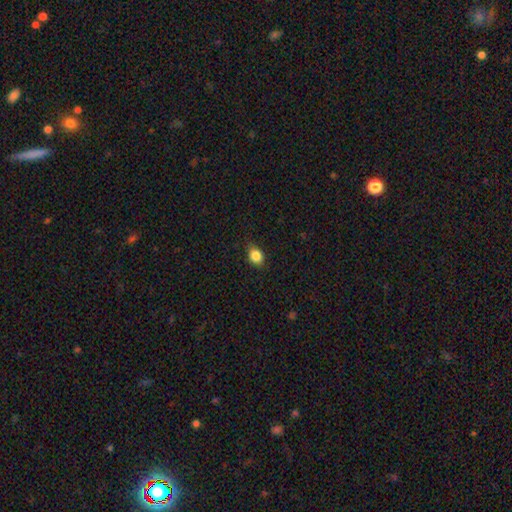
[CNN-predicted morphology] smooth-or-featured: smooth: 84% | star or artifact: 10% | featured or disk: 6%
  how-rounded: round: 51% | in between: 48% | cigar-shaped: 1%
  merging: none: 80% | minor disturbance: 16% | major disturbance: 3% | merger: 1%